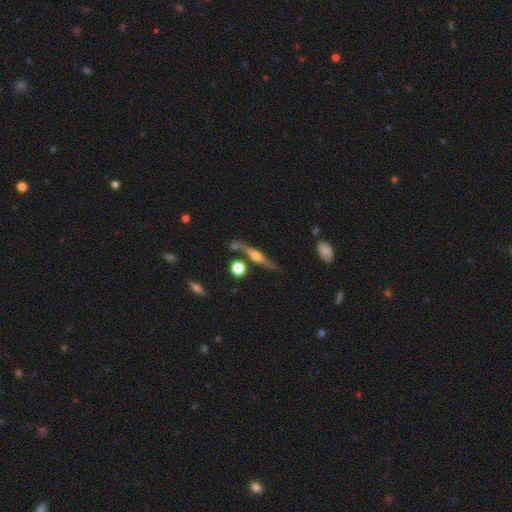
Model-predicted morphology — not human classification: Smooth or featured? featured or disk (77%)
Edge-on disk? yes (95%)
Edge-on bulge? rounded (87%)
Merging? none (76%)